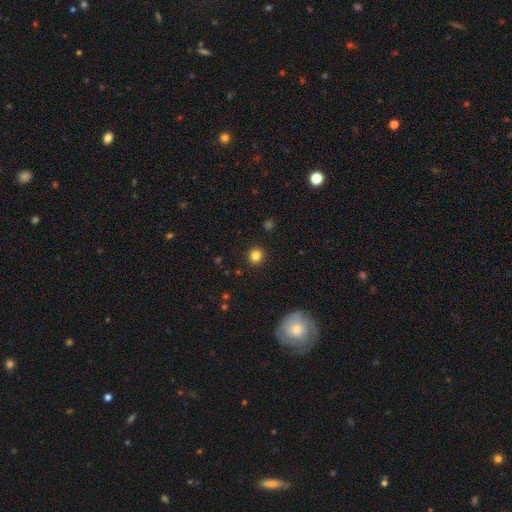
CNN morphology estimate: Smooth or featured: smooth — 83% (star or artifact — 12%)
How rounded: round — 91% (in between — 8%)
Merging: none — 92% (minor disturbance — 5%)